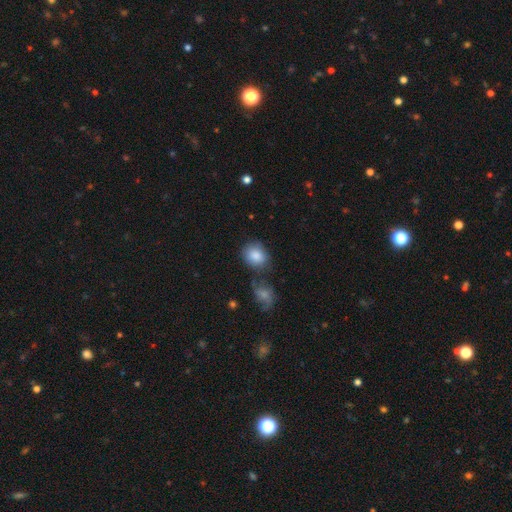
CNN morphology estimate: A smooth galaxy with no disk features (85%) that is round (61%).

Vote fractions:
- Smooth or featured? smooth: 85% / featured or disk: 8% / star or artifact: 7%
- How rounded? round: 61% / in between: 37% / cigar-shaped: 1%
- Merging? none: 60% / minor disturbance: 18% / merger: 15% / major disturbance: 6%